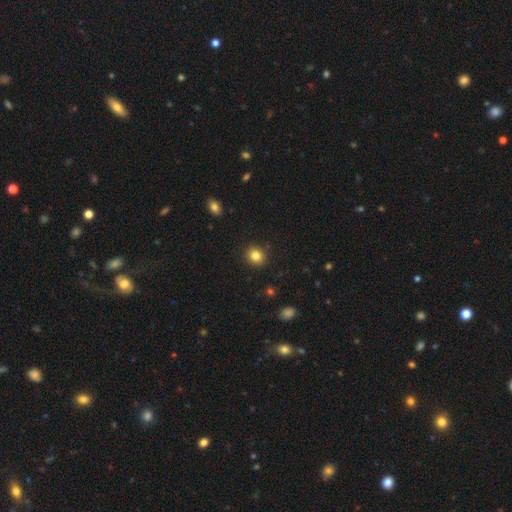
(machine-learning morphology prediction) type=smooth (83%); roundness=round (81%); merging=none (90%).